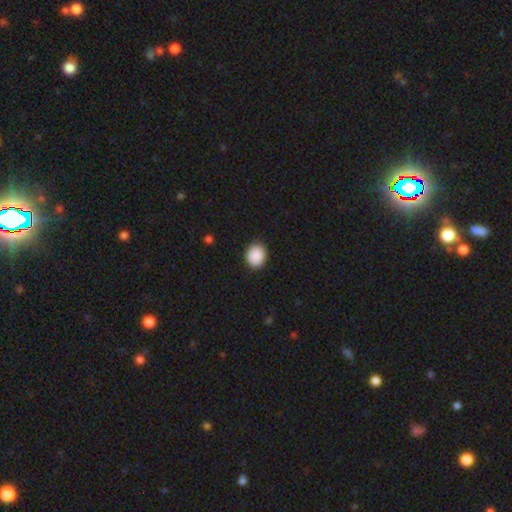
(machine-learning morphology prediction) This is clearly a smooth galaxy (90%). How rounded: likely round (61%). Merging: clearly none (90%).